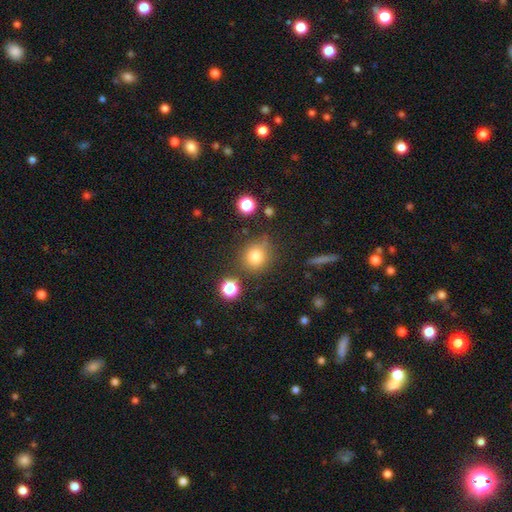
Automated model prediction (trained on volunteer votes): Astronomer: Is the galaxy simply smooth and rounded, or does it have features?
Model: smooth — 80%.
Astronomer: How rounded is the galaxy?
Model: round — 83%.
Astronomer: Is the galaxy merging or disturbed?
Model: none — 74%.